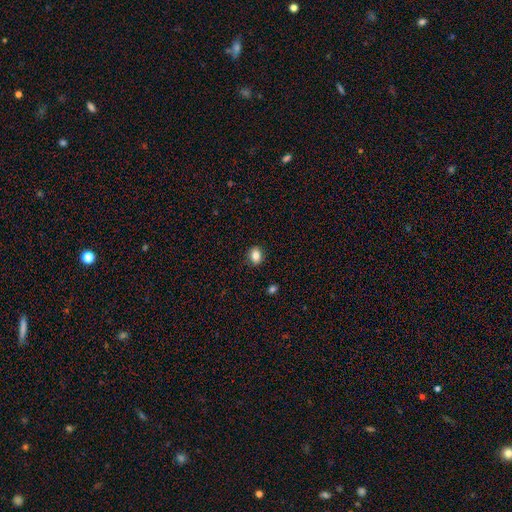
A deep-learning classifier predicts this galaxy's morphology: smooth 83%, star or artifact 10%, featured or disk 7%. Down the decision tree: how rounded — in between (51%); merging — none (89%).